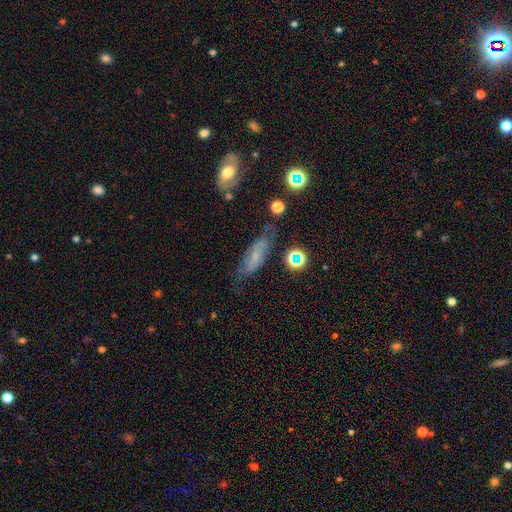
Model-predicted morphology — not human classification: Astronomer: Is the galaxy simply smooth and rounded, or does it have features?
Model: featured or disk — 50% (runner-up: smooth, 37%).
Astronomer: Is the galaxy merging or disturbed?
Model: none — 59%.